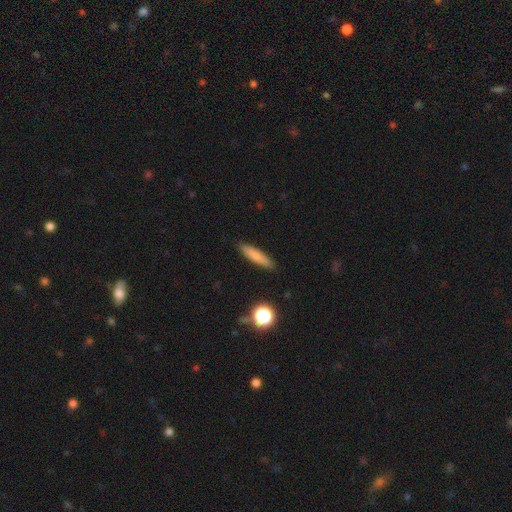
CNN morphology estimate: A smooth galaxy with no disk features (77%) that is cigar-shaped (85%). Merging: none (88%).